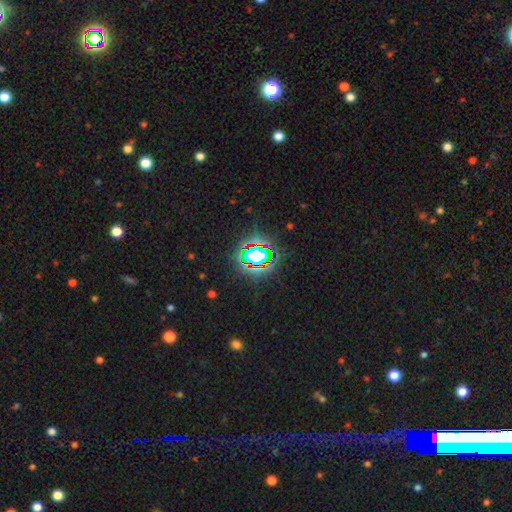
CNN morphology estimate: This is likely a star or artifact rather than a galaxy (72%).